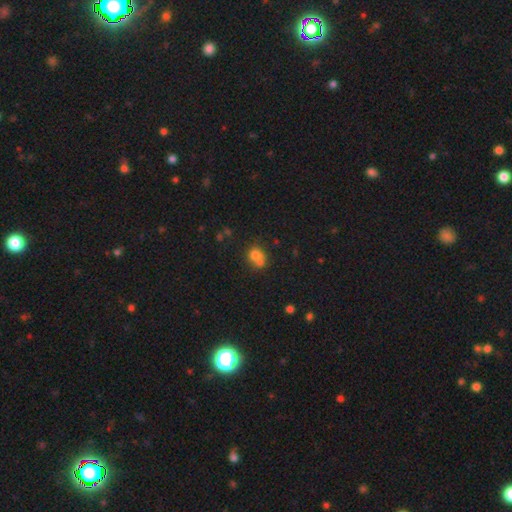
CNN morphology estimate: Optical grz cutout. It shows a smooth galaxy with no disk features (69%) that is round (71%). Merging: merger (55%).